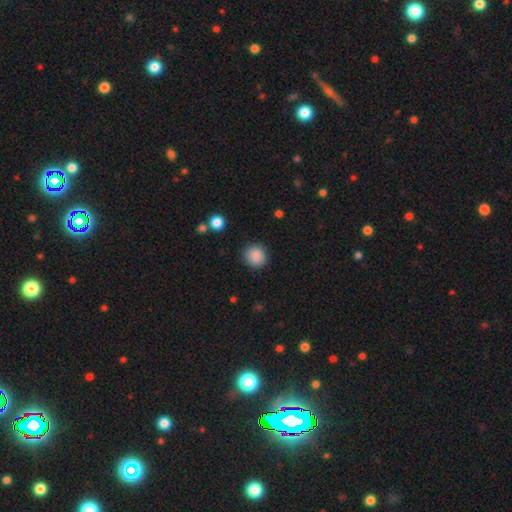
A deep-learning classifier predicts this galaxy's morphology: smooth-or-featured: smooth: 88% | star or artifact: 9% | featured or disk: 3%
  how-rounded: round: 86% | in between: 13% | cigar-shaped: 1%
  merging: none: 88% | minor disturbance: 8% | major disturbance: 3% | merger: 1%